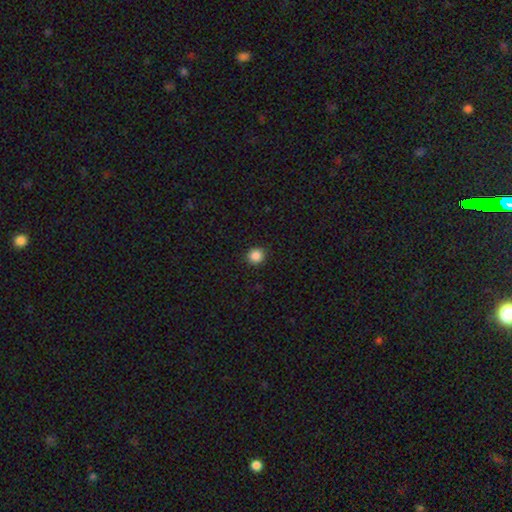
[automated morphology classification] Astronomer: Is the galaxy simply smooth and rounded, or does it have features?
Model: smooth — 87%.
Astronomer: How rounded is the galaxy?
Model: round — 92%.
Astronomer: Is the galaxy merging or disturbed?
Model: none — 92%.